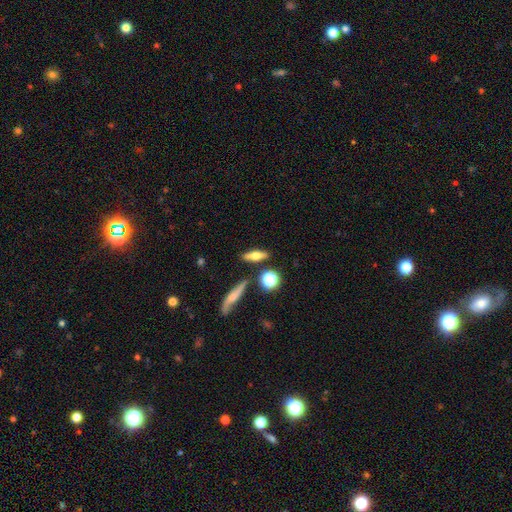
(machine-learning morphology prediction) A smooth galaxy with no disk features (51%) that is cigar-shaped (51%). Merging: none (80%).